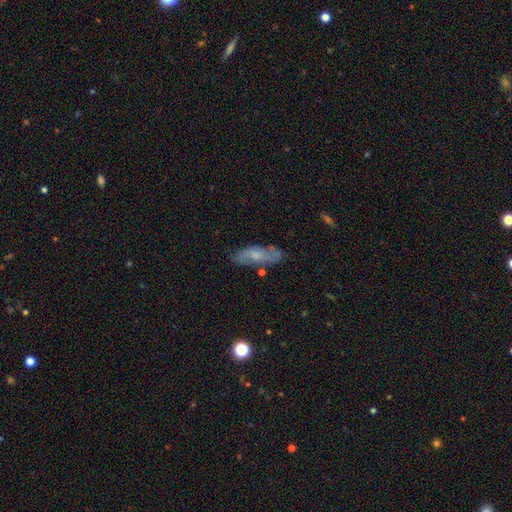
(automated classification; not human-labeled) Q: Smooth or featured?
A: featured or disk (49%); runner-up: smooth (43%)
Q: Merging?
A: none (78%); runner-up: minor disturbance (16%)